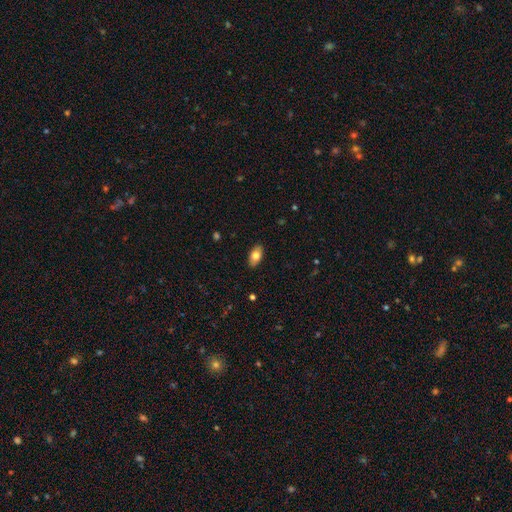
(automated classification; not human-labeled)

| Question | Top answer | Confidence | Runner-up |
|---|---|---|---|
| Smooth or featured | smooth | 77% | featured or disk (17%) |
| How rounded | in between | 92% | round (4%) |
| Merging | none | 88% | minor disturbance (9%) |